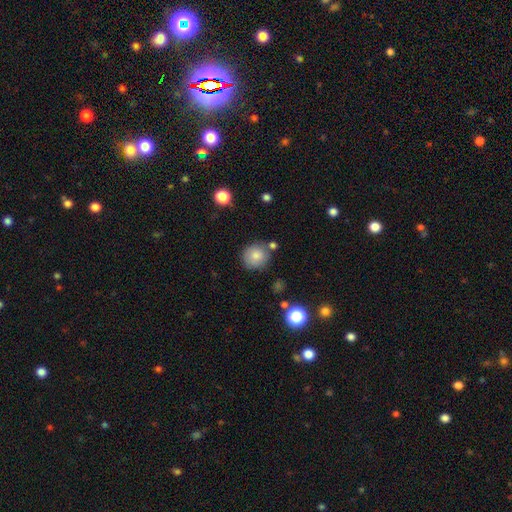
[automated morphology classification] Smooth or featured?
  - smooth: 82% *
  - star or artifact: 9%
  - featured or disk: 9%
How rounded?
  - round: 89% *
  - in between: 10%
  - cigar-shaped: 1%
Merging?
  - none: 75% *
  - minor disturbance: 13%
  - merger: 8%
  - major disturbance: 4%